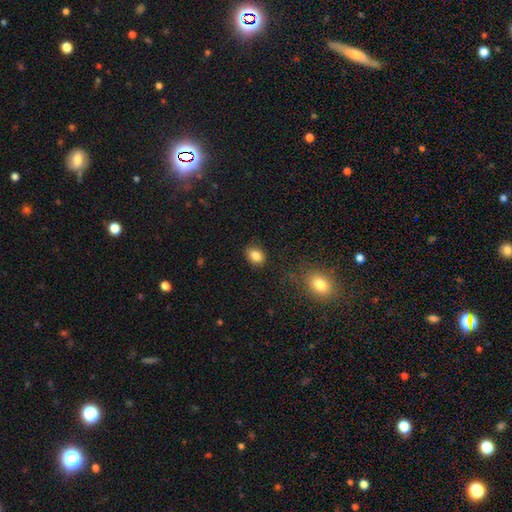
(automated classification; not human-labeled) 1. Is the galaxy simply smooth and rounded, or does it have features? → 85% smooth, 10% star or artifact, 6% featured or disk.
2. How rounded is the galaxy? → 71% in between, 28% round, 1% cigar-shaped.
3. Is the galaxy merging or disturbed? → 84% none, 11% minor disturbance, 3% major disturbance, 2% merger.